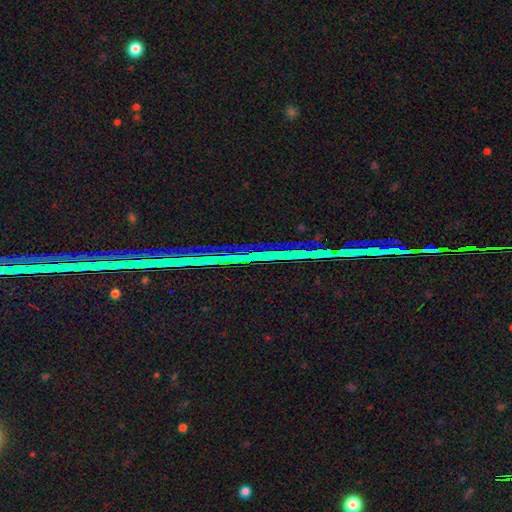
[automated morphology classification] type=star or artifact (82%).